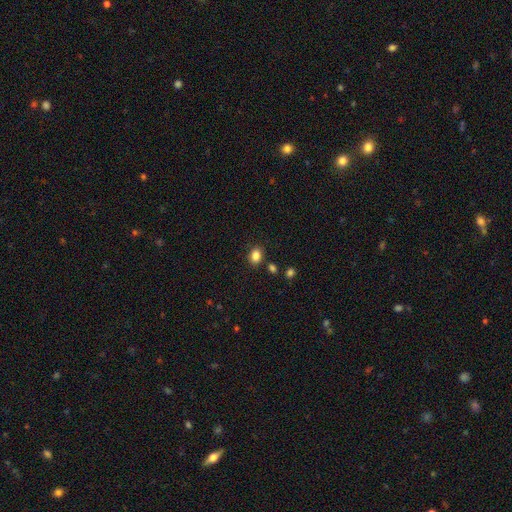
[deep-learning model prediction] Smooth or featured: smooth — 85% (star or artifact — 10%)
How rounded: in between — 63% (round — 36%)
Merging: none — 83% (minor disturbance — 10%)